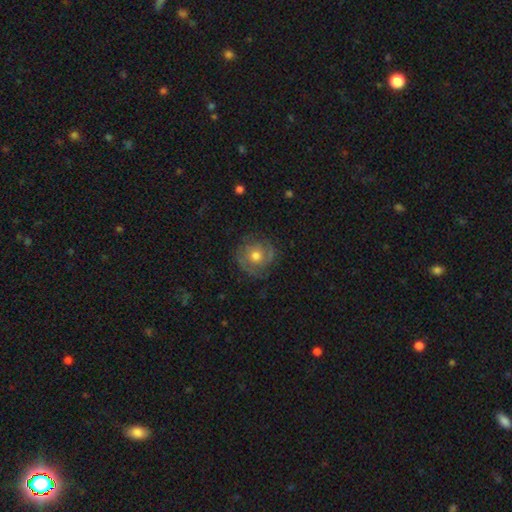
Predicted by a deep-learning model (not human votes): Smooth or featured?
  - featured or disk: 58% *
  - smooth: 33%
  - star or artifact: 9%
Edge-on disk?
  - no: 97% *
  - yes: 3%
Bar?
  - no: 83% *
  - weak: 14%
  - strong: 3%
Spiral arms?
  - yes: 76% *
  - no: 24%
Bulge size?
  - moderate: 75% *
  - small: 14%
  - large: 9%
  - none: 1%
  - dominant: 1%
Merging?
  - none: 75% *
  - minor disturbance: 16%
  - major disturbance: 7%
  - merger: 1%